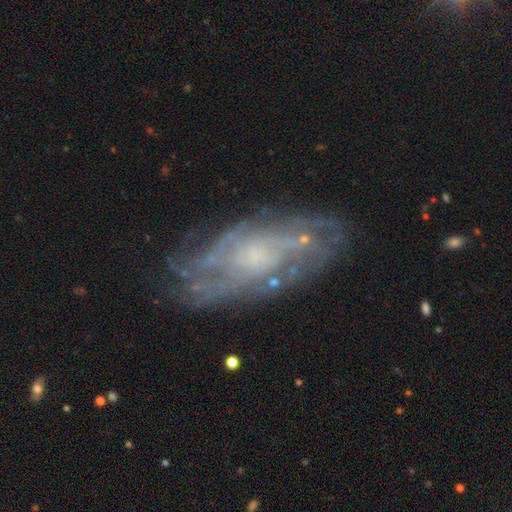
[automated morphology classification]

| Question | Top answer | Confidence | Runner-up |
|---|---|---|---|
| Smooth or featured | featured or disk | 80% | smooth (12%) |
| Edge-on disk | no | 91% | yes (9%) |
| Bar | no | 74% | weak (22%) |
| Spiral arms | yes | 85% | no (15%) |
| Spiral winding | tight | 56% | medium (32%) |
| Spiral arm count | can't tell | 56% | 2 (12%) |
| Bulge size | small | 54% | moderate (28%) |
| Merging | none | 73% | minor disturbance (17%) |